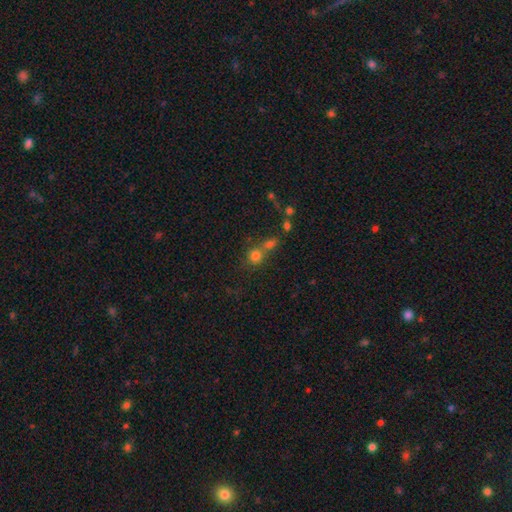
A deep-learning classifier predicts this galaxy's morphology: This appears to be a smooth galaxy with no disk features (74%) that is round (84%). Merging: none (45%).